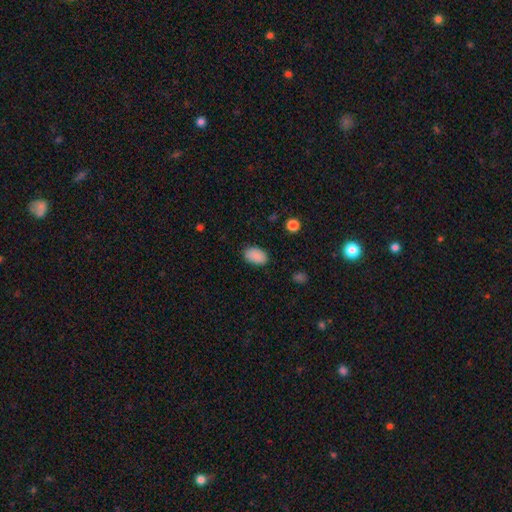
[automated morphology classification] This is clearly a smooth galaxy (89%). How rounded: clearly in between (92%). Merging: clearly none (86%).